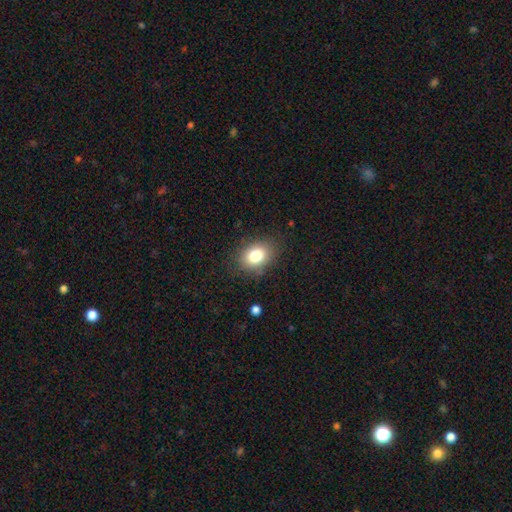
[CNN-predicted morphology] The model was most divided on "how rounded": in between: 69%, round: 30%, cigar-shaped: 1%. More confident: merging — none (82%); smooth or featured — smooth (80%).